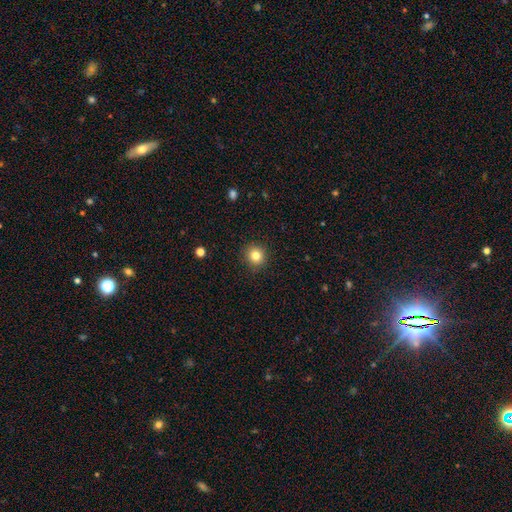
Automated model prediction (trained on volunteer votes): Q: Smooth or featured?
A: smooth (82%); runner-up: star or artifact (12%)
Q: How rounded?
A: round (91%); runner-up: in between (8%)
Q: Merging?
A: none (91%); runner-up: minor disturbance (6%)